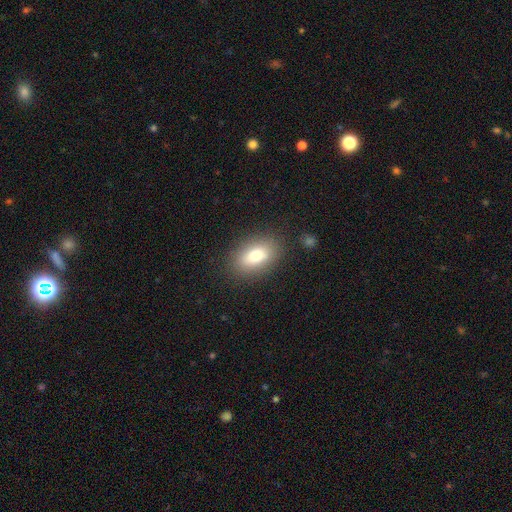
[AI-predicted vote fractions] smooth 76%, featured or disk 15%, star or artifact 9%. Down the decision tree: how rounded — in between (86%); merging — none (84%).